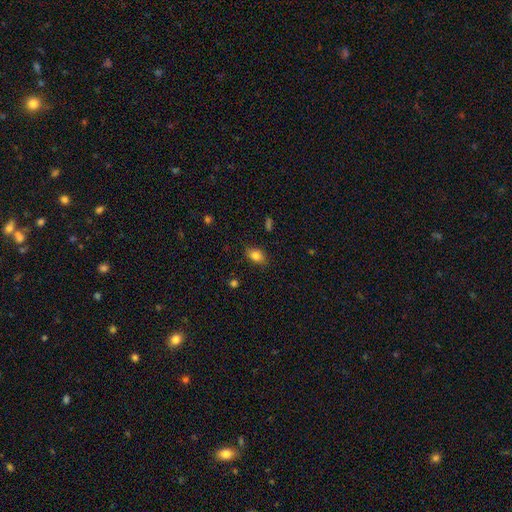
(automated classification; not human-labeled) A smooth galaxy with no disk features (82%) that is in between round and cigar-shaped (79%). Merging: none (82%).